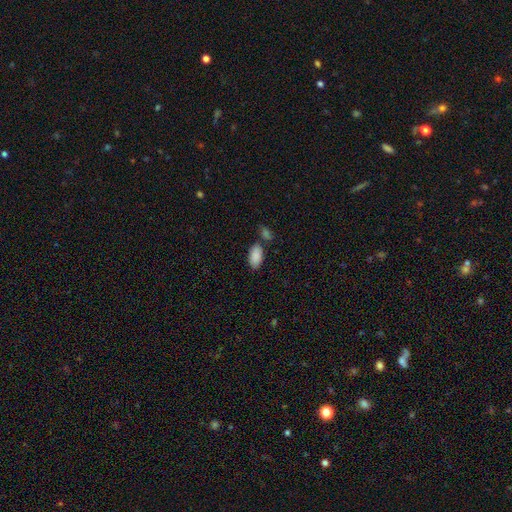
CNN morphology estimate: Smooth or featured? Predicted: smooth (p=0.89). How rounded? Predicted: in between (p=0.95). Merging? Predicted: none (p=0.67).